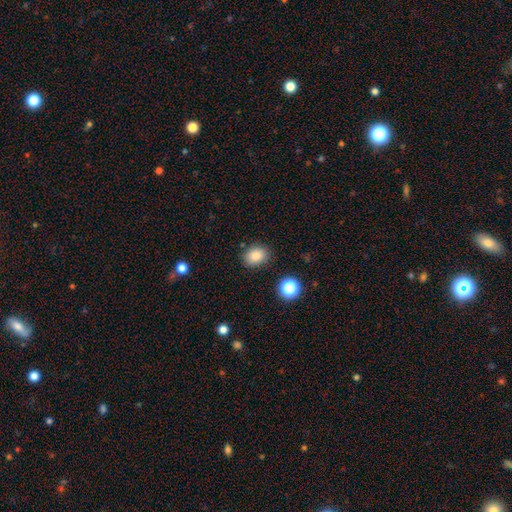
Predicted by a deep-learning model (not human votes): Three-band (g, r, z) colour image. It shows a smooth galaxy with no disk features (85%) that is in between round and cigar-shaped (61%). Merging: none (83%).